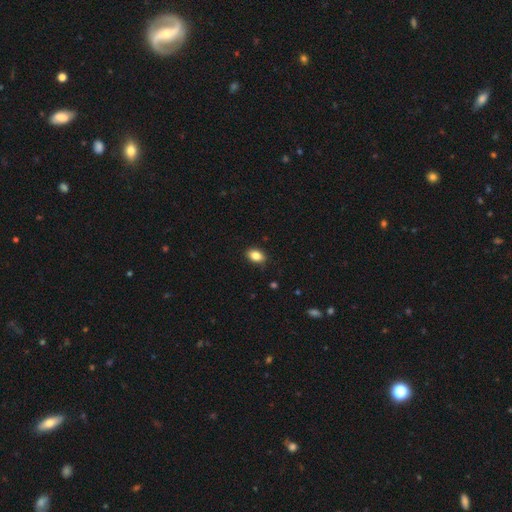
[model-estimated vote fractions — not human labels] Overall: smooth (85%). How rounded: in between (85%). Merging: none (86%).